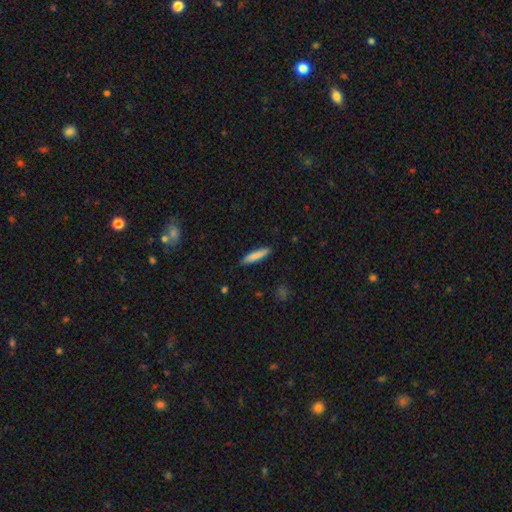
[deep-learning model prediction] Smooth or featured? smooth (82%)
How rounded? cigar-shaped (88%)
Merging? none (88%)